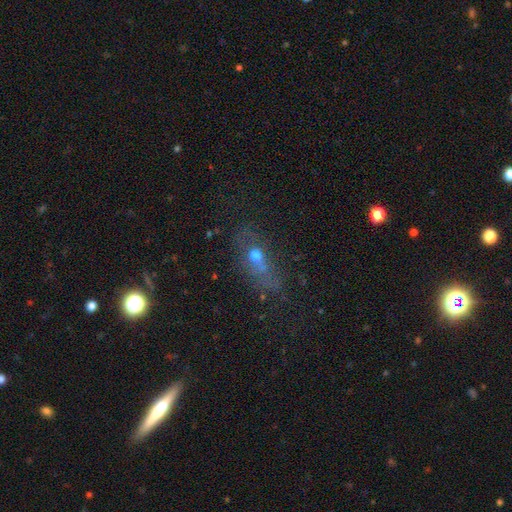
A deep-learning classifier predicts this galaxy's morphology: smooth 47%, featured or disk 31%, star or artifact 23%. Down the decision tree: merging — none (44%).